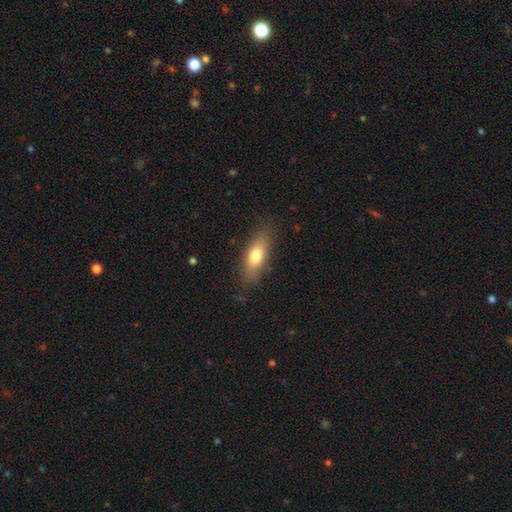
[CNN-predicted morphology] Q: Smooth or featured?
A: smooth (73%); runner-up: featured or disk (20%)
Q: How rounded?
A: in between (67%); runner-up: cigar-shaped (29%)
Q: Merging?
A: none (81%); runner-up: minor disturbance (14%)